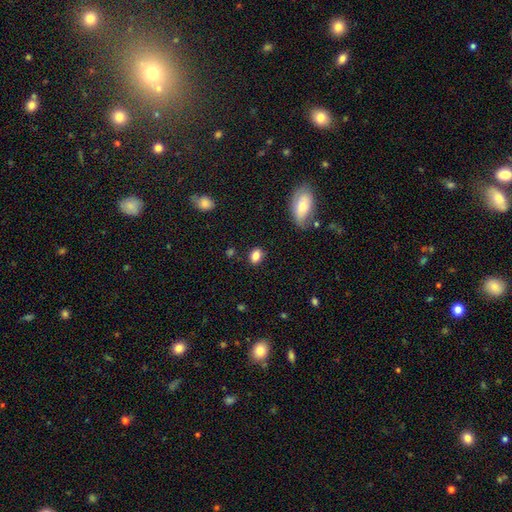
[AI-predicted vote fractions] Morphology: type=smooth (83%); roundness=in between (70%); merging=none (82%).